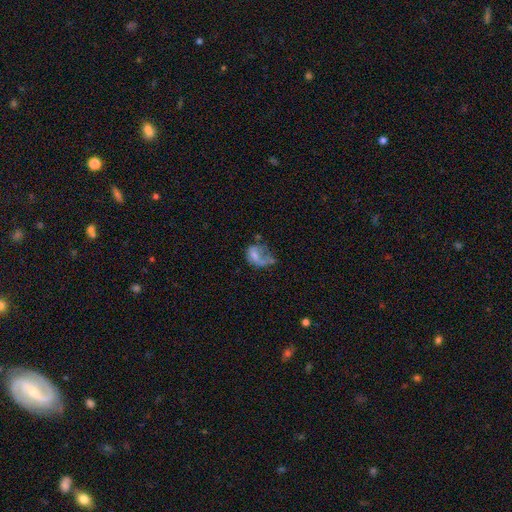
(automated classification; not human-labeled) Smooth or featured?
  - smooth: 48% *
  - featured or disk: 40%
  - star or artifact: 11%
Merging?
  - major disturbance: 49% *
  - none: 20%
  - minor disturbance: 19%
  - merger: 11%